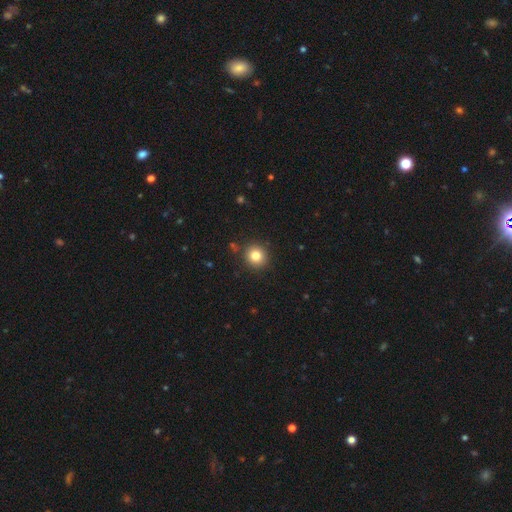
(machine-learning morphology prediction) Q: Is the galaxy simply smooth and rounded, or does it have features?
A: smooth — 82%.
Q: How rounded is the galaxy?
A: round — 91%.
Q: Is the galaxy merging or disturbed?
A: none — 89%.